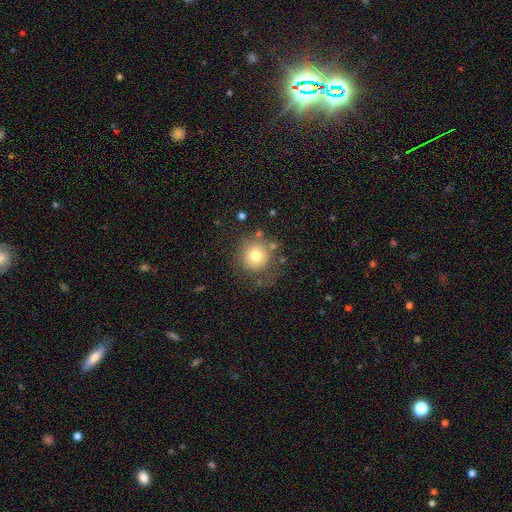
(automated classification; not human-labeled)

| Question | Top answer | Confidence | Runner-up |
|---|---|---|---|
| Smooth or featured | smooth | 76% | featured or disk (13%) |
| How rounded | round | 92% | in between (7%) |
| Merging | none | 70% | minor disturbance (17%) |